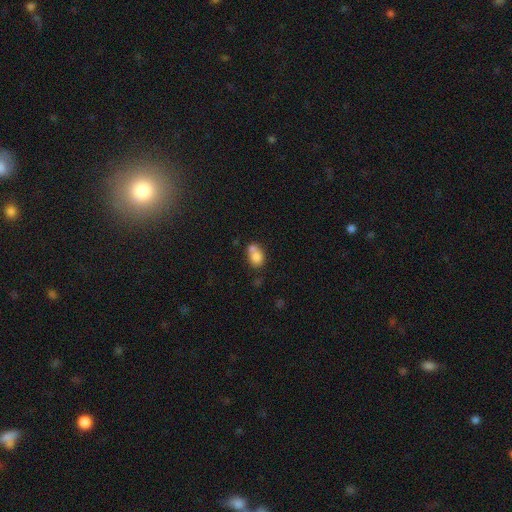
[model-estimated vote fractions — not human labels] smooth 78%, featured or disk 12%, star or artifact 10%. Down the decision tree: how rounded — in between (58%); merging — merger (51%).